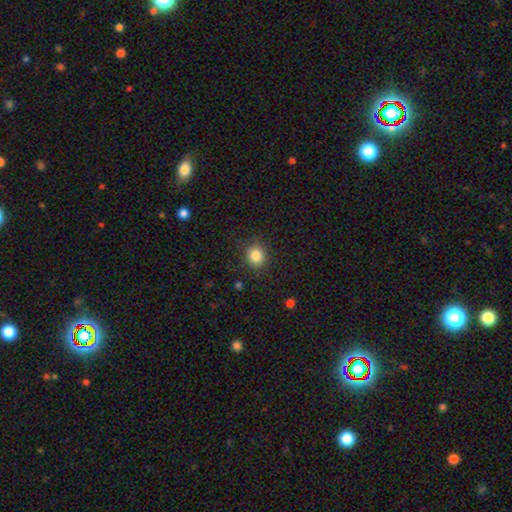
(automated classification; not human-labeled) A smooth galaxy with no disk features (85%) that is round (78%).

Vote fractions:
- Smooth or featured? smooth: 85% / star or artifact: 10% / featured or disk: 5%
- How rounded? round: 78% / in between: 21% / cigar-shaped: 1%
- Merging? none: 87% / minor disturbance: 9% / major disturbance: 3% / merger: 1%